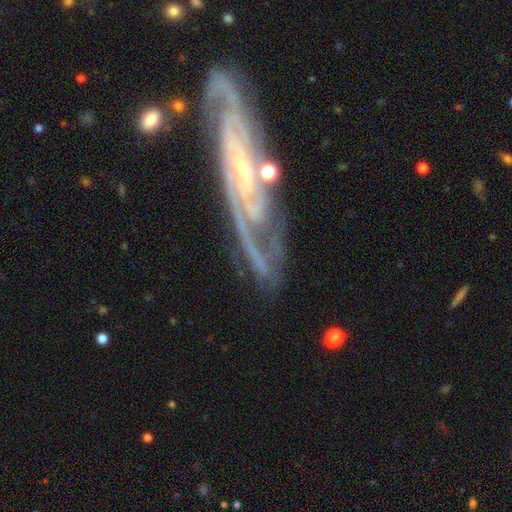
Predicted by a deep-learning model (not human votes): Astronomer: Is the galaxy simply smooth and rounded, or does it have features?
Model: featured or disk — 86%.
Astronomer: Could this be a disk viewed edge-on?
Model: no — 87%.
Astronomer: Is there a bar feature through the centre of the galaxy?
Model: no — 43% (runner-up: weak, 34%).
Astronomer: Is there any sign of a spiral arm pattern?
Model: yes — 96%.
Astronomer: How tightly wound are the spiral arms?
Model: tight — 58% (runner-up: medium, 34%).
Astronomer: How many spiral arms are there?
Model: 2 — 52%.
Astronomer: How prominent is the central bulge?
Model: small — 74%.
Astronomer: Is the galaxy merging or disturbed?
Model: none — 64%.